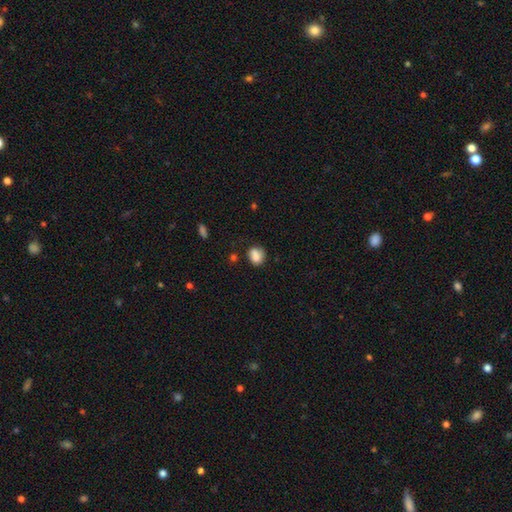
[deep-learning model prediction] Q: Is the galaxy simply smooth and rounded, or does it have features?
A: smooth — 83%.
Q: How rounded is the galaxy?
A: round — 56%.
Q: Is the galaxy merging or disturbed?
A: none — 60%.